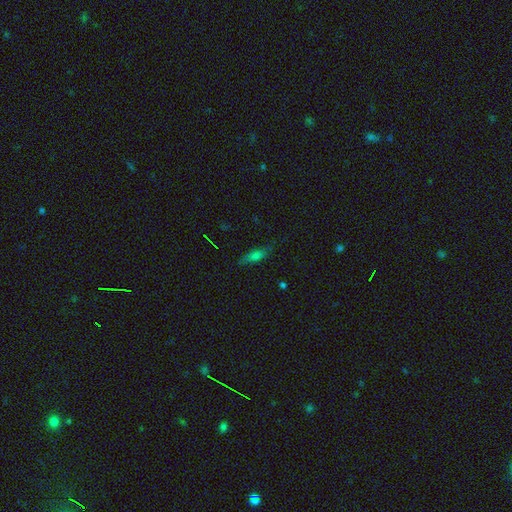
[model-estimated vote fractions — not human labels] Q: Smooth or featured?
A: smooth (59%); runner-up: featured or disk (26%)
Q: How rounded?
A: cigar-shaped (51%); runner-up: in between (45%)
Q: Merging?
A: none (75%); runner-up: minor disturbance (19%)